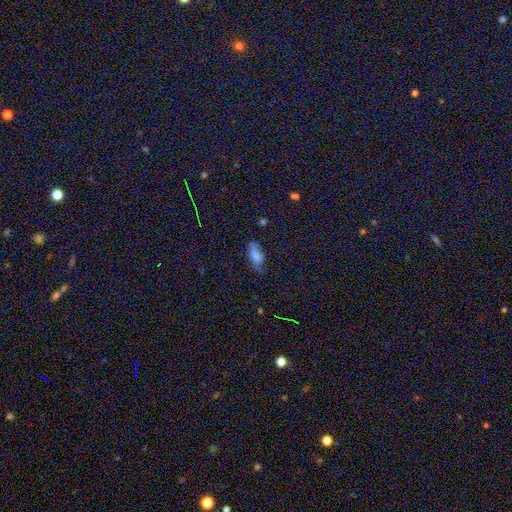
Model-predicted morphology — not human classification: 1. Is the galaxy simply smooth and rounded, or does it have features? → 67% smooth, 17% star or artifact, 16% featured or disk.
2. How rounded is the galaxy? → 80% in between, 15% cigar-shaped, 4% round.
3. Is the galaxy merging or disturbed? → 49% none, 31% minor disturbance, 17% major disturbance, 3% merger.